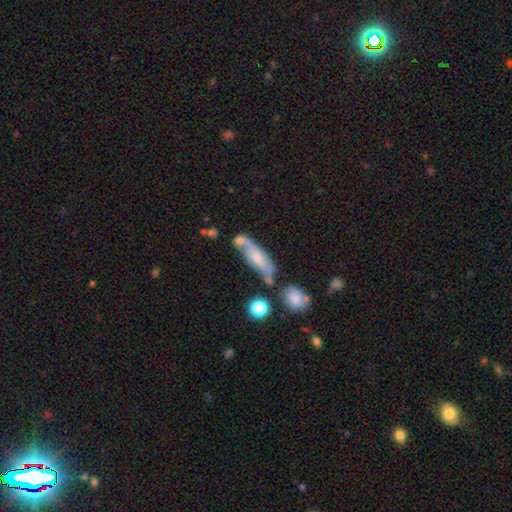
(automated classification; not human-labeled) A smooth galaxy with no disk features (47%). Merging: none (47%).